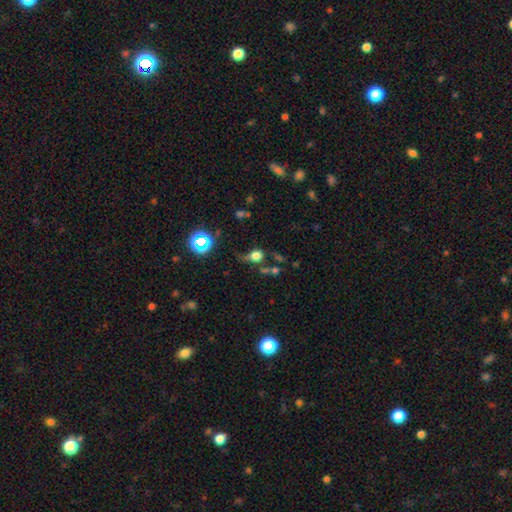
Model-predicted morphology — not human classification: Overall: smooth (64%). How rounded: round (68%; in between 30%). Merging: none (46%; minor disturbance 24%).